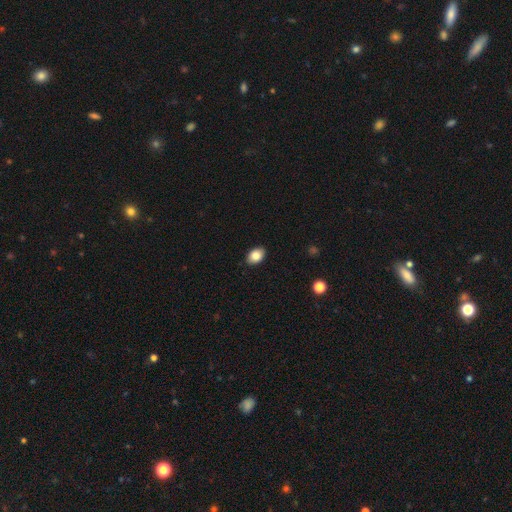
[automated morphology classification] This appears to be a smooth galaxy with no disk features (87%) that is in between round and cigar-shaped (81%). Merging: none (89%).